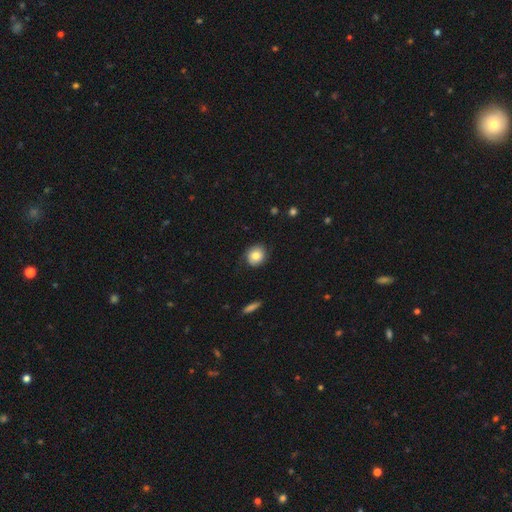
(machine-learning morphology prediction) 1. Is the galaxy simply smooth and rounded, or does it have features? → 78% smooth, 14% featured or disk, 8% star or artifact.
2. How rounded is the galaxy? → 77% round, 22% in between, 1% cigar-shaped.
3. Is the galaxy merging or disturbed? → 83% none, 13% minor disturbance, 3% major disturbance, 1% merger.